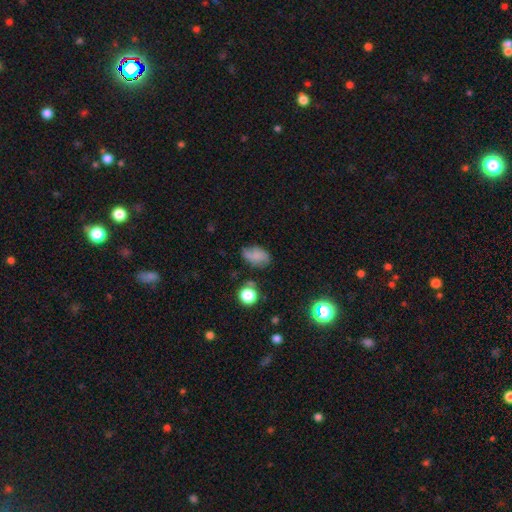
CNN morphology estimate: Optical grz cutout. It shows a smooth galaxy with no disk features (65%) that is in between round and cigar-shaped (83%). Merging: none (56%).